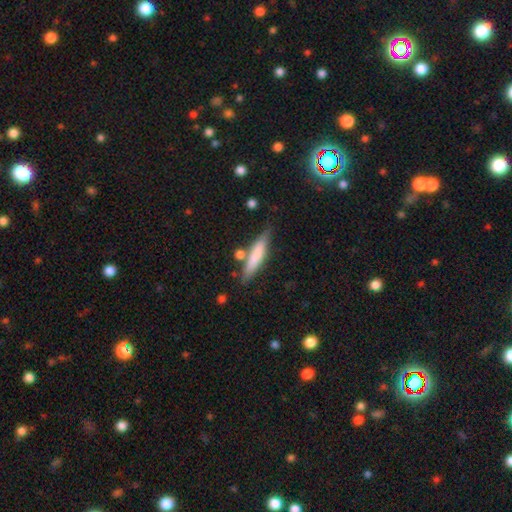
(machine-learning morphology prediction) smooth-or-featured: smooth: 68% | featured or disk: 26% | star or artifact: 6%
  how-rounded: cigar-shaped: 84% | in between: 14% | round: 2%
  merging: none: 72% | minor disturbance: 15% | merger: 10% | major disturbance: 4%